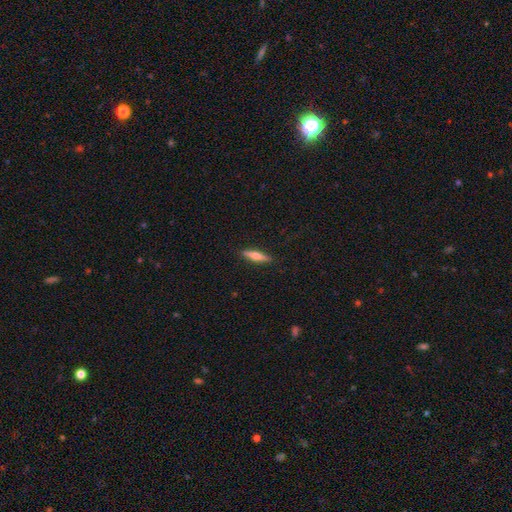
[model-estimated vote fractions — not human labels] Morphology: type=featured or disk (48%); merging=none (90%).